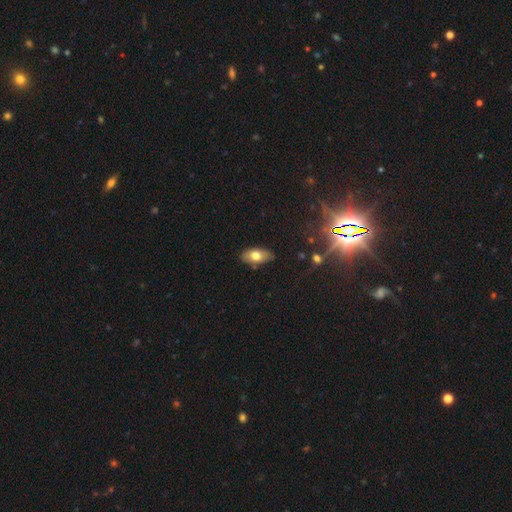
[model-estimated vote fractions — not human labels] A smooth galaxy with no disk features (72%) that is in between round and cigar-shaped (91%).

Vote fractions:
- Smooth or featured? smooth: 72% / featured or disk: 20% / star or artifact: 8%
- How rounded? in between: 91% / round: 5% / cigar-shaped: 4%
- Merging? none: 82% / minor disturbance: 14% / major disturbance: 2% / merger: 2%